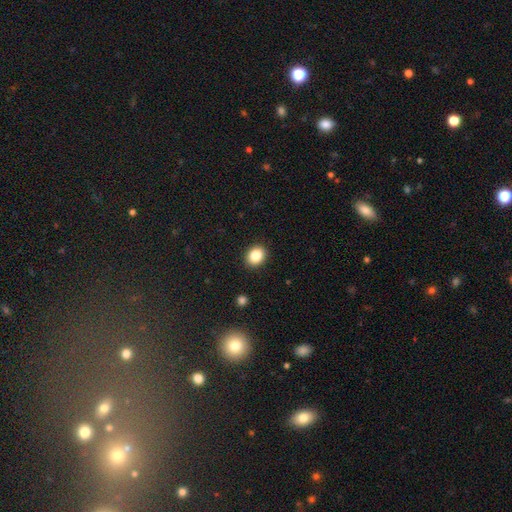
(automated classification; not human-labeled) smooth 85%, star or artifact 10%, featured or disk 5%. Down the decision tree: how rounded — round (54%); merging — none (90%).